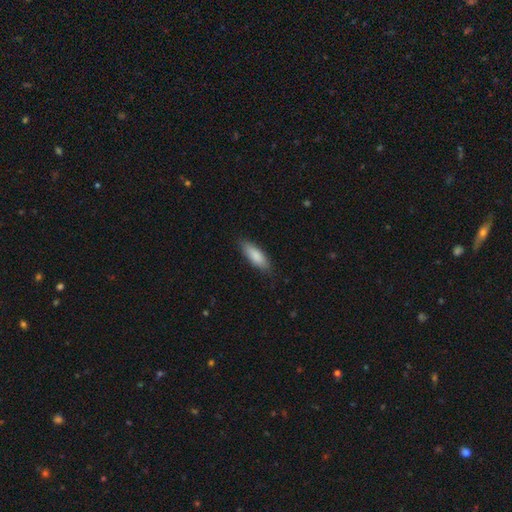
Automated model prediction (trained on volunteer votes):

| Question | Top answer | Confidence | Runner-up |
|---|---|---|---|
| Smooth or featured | smooth | 86% | featured or disk (9%) |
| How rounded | in between | 58% | cigar-shaped (40%) |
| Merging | none | 85% | minor disturbance (12%) |